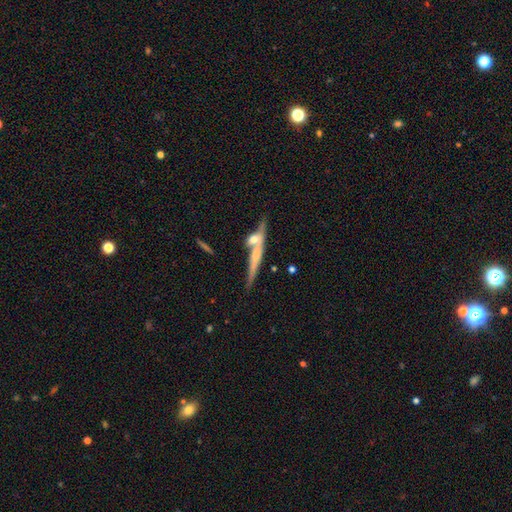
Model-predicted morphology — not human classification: Overall: featured or disk (55%; smooth 37%). Edge-on disk: yes (88%). Merging: none (46%; merger 36%).